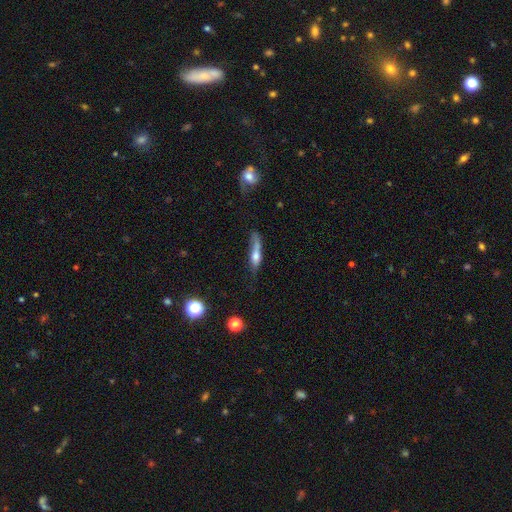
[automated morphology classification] Smooth or featured? Predicted: smooth (p=0.58). How rounded? Predicted: cigar-shaped (p=0.75). Merging? Predicted: none (p=0.44).